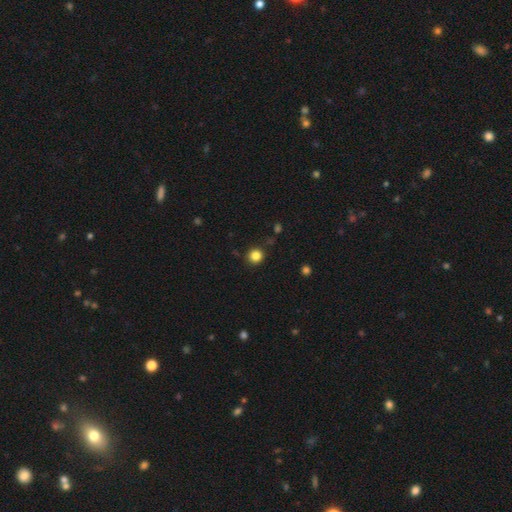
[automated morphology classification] Smooth or featured? Predicted: smooth (p=0.84). How rounded? Predicted: round (p=0.92). Merging? Predicted: none (p=0.89).